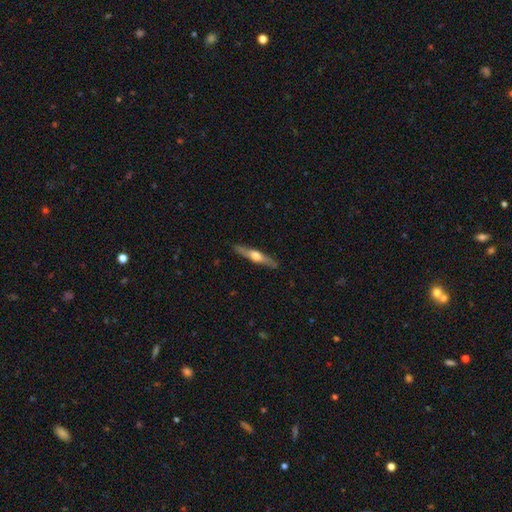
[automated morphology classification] Overall: featured or disk (62%; smooth 32%). Edge-on disk: yes (96%). Edge-on bulge: rounded (92%). Merging: none (89%).